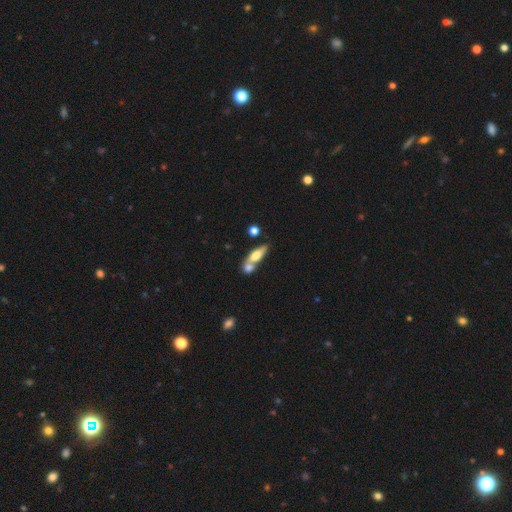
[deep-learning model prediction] Smooth or featured? Predicted: smooth (p=0.62). How rounded? Predicted: in between (p=0.55). Merging? Predicted: merger (p=0.49).